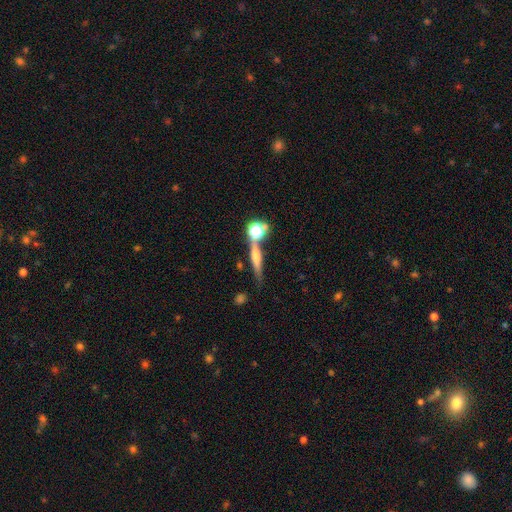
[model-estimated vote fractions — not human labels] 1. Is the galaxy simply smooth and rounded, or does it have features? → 46% featured or disk, 42% smooth, 13% star or artifact.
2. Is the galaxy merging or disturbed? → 64% none, 19% merger, 12% minor disturbance, 6% major disturbance.